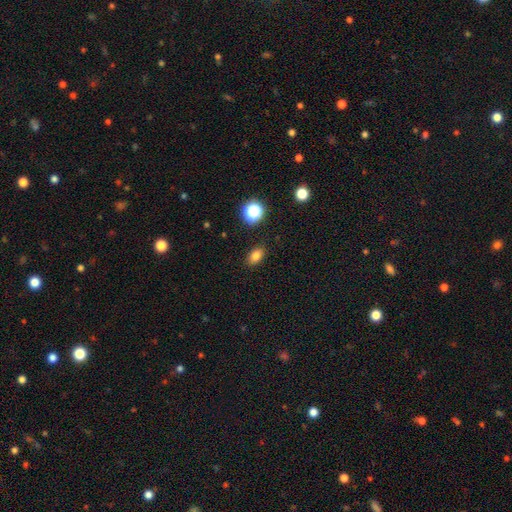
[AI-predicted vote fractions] Smooth or featured? Predicted: smooth (p=0.80). How rounded? Predicted: in between (p=0.82). Merging? Predicted: none (p=0.87).